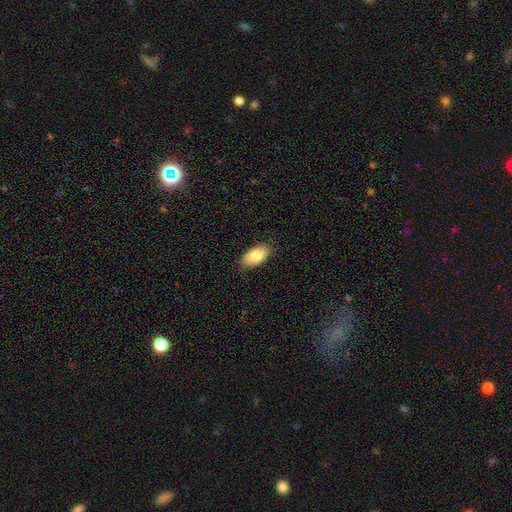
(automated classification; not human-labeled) Q: Smooth or featured?
A: smooth (80%); runner-up: featured or disk (14%)
Q: How rounded?
A: in between (94%); runner-up: round (4%)
Q: Merging?
A: none (84%); runner-up: minor disturbance (12%)